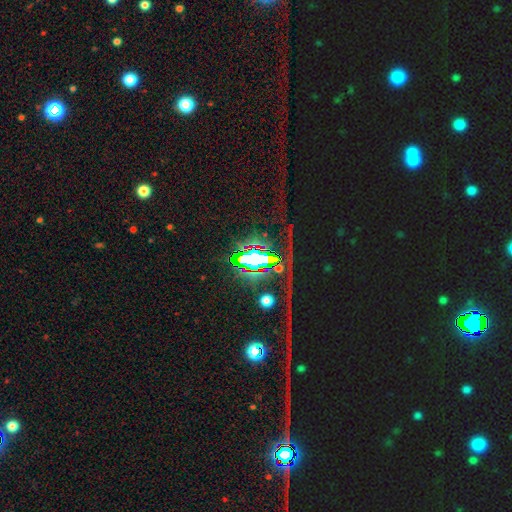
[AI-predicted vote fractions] Smooth or featured?
  - star or artifact: 82% *
  - featured or disk: 9%
  - smooth: 9%